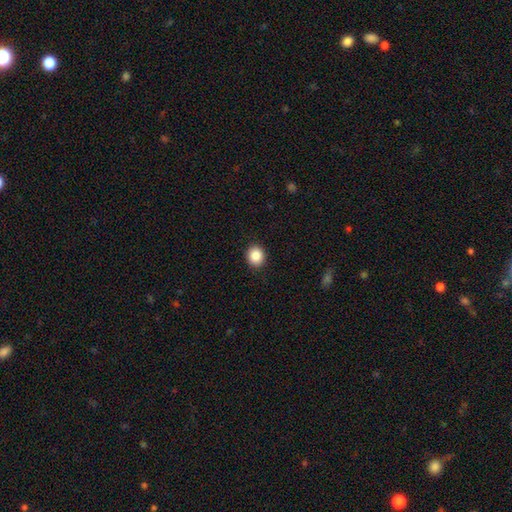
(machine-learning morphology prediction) This appears to be a smooth galaxy with no disk features (87%) that is round (74%). Merging: none (91%).